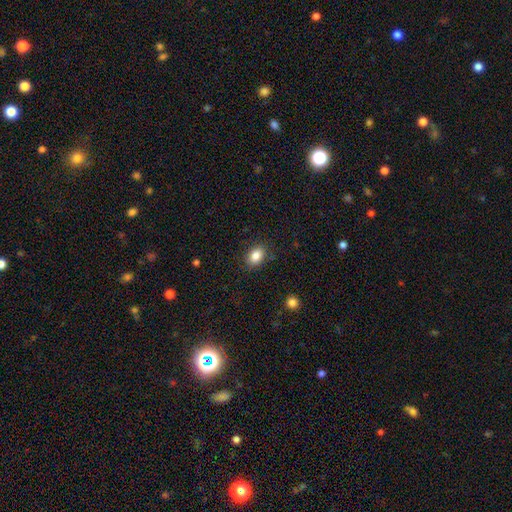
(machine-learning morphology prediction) Smooth or featured: smooth — 85% (star or artifact — 9%)
How rounded: in between — 78% (round — 20%)
Merging: none — 85% (minor disturbance — 11%)